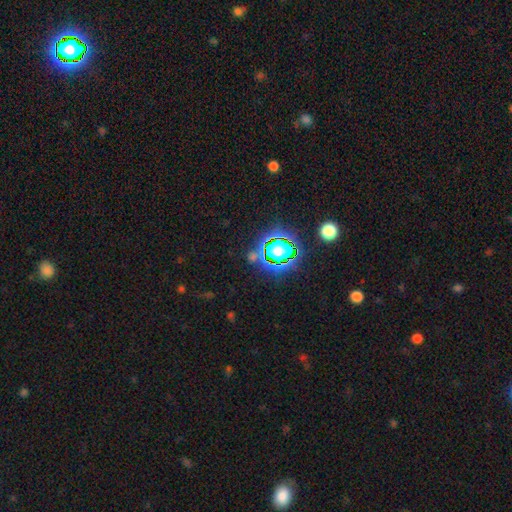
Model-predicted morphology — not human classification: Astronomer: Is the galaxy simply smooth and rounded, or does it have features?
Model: star or artifact — 68%.